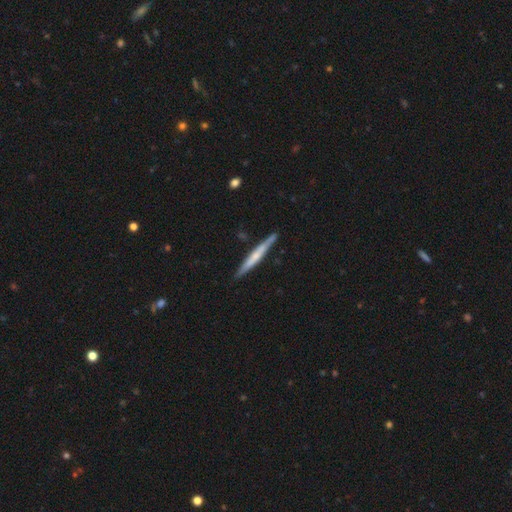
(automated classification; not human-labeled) Smooth or featured?
  - featured or disk: 53% *
  - smooth: 42%
  - star or artifact: 5%
Edge-on disk?
  - yes: 96% *
  - no: 4%
Edge-on bulge?
  - none: 48% *
  - rounded: 42%
  - boxy: 9%
Merging?
  - none: 88% *
  - minor disturbance: 9%
  - merger: 2%
  - major disturbance: 1%